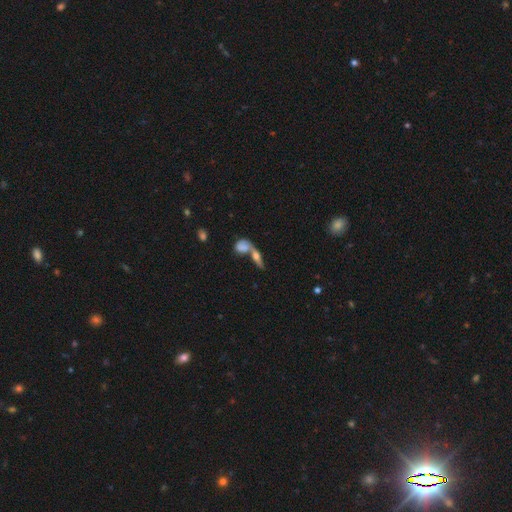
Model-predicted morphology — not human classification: Q: Smooth or featured?
A: smooth (49%); runner-up: star or artifact (28%)
Q: Merging?
A: none (42%); runner-up: merger (38%)